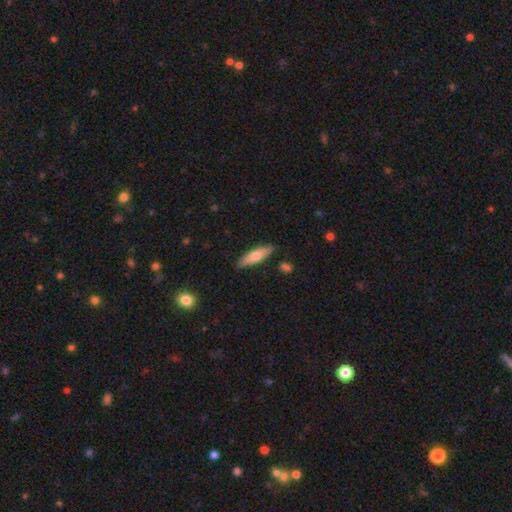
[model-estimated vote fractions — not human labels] Q: Smooth or featured?
A: smooth (58%); runner-up: featured or disk (36%)
Q: How rounded?
A: cigar-shaped (65%); runner-up: in between (33%)
Q: Merging?
A: none (86%); runner-up: minor disturbance (10%)